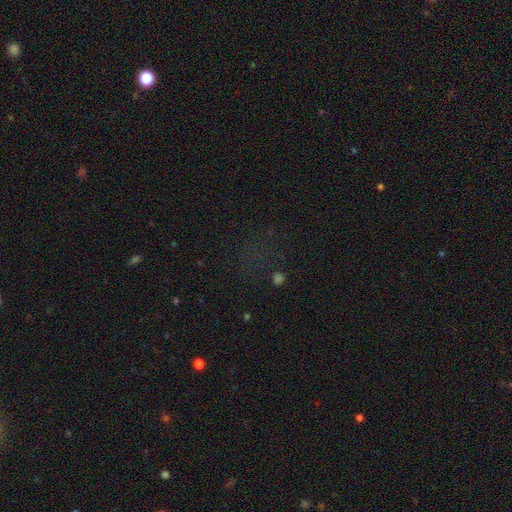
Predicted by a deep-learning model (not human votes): smooth_or_featured: star or artifact (p=0.61) [alt: smooth p=0.27]